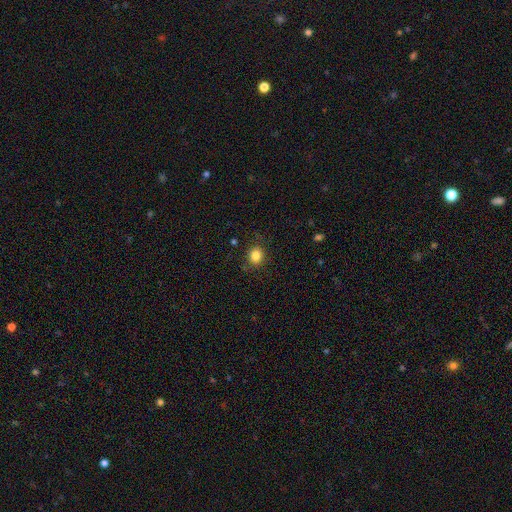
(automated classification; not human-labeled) This appears to be a smooth galaxy with no disk features (84%) that is round (78%). Merging: none (86%).